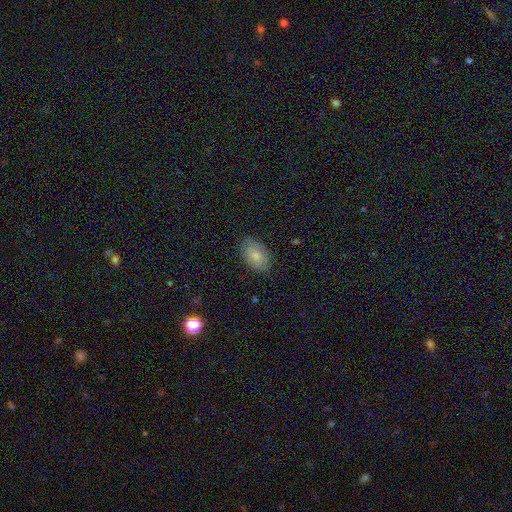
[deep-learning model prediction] Smooth or featured? smooth (78%)
How rounded? in between (89%)
Merging? none (79%)